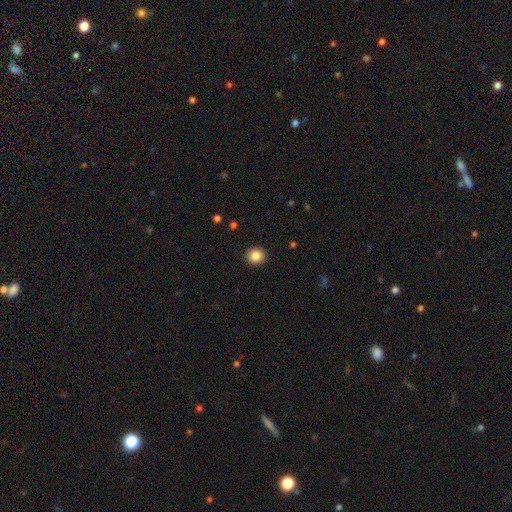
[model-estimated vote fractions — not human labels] This is clearly a smooth galaxy (85%). How rounded: clearly round (86%). Merging: clearly none (92%).